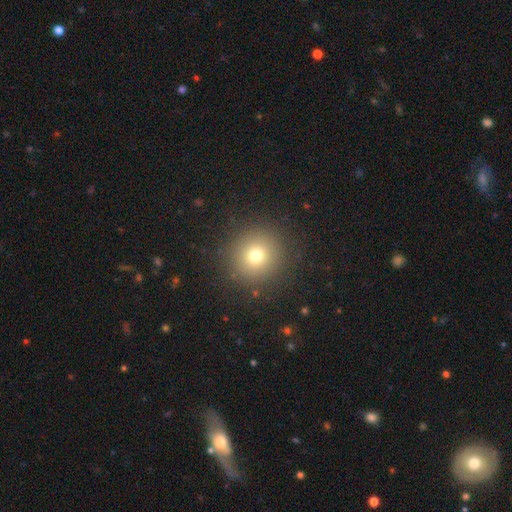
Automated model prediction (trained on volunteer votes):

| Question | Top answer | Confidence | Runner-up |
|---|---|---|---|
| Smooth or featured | smooth | 73% | star or artifact (16%) |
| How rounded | round | 94% | in between (5%) |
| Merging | none | 88% | minor disturbance (7%) |